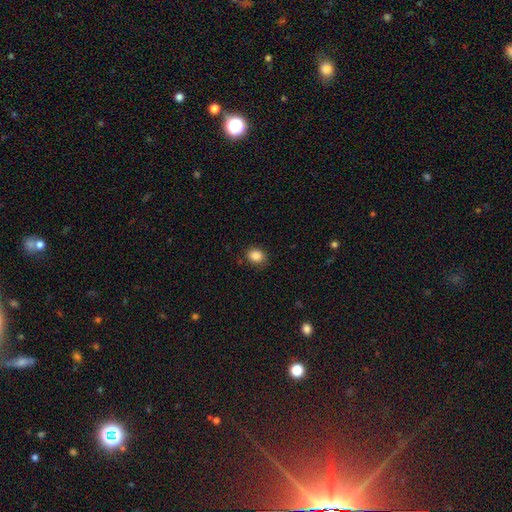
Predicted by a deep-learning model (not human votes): Overall: smooth (87%). How rounded: round (52%; in between 47%). Merging: none (81%).